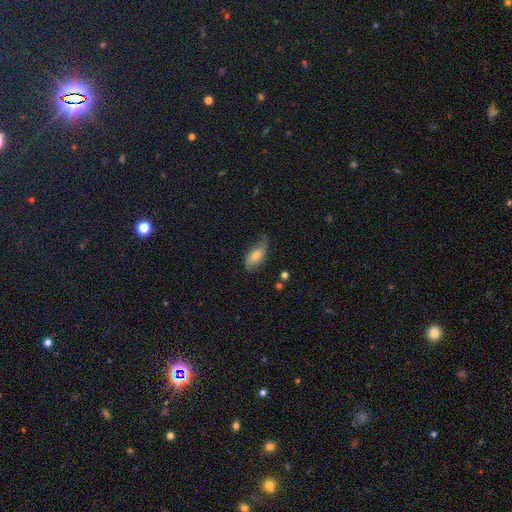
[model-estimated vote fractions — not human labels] A smooth galaxy with no disk features (57%) that is in between round and cigar-shaped (83%). Merging: none (54%).